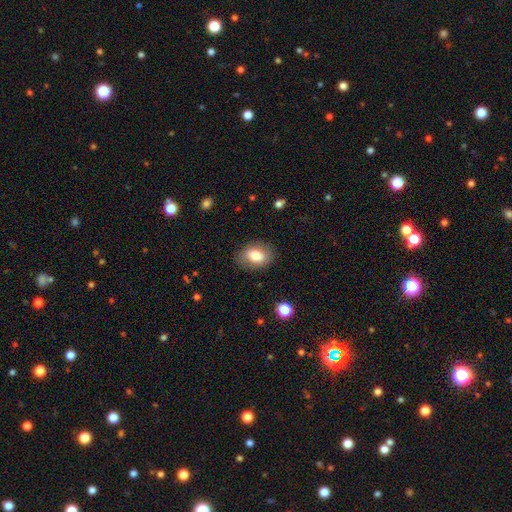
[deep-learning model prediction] smooth 79%, featured or disk 13%, star or artifact 8%. Down the decision tree: how rounded — in between (77%); merging — none (83%).